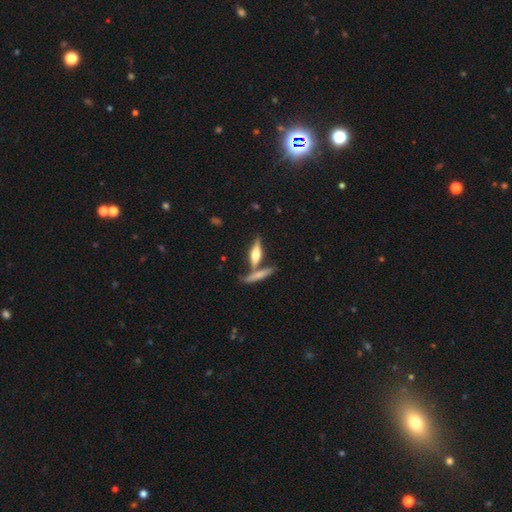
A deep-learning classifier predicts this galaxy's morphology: A featured or disk galaxy (51%) viewed edge-on (92%). Merging: none (62%).